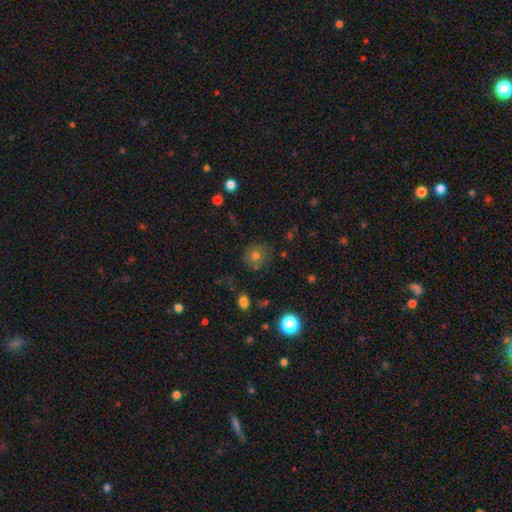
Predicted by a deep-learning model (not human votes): The model was most divided on "smooth or featured": smooth: 69%, featured or disk: 18%, star or artifact: 14%. More confident: how rounded — round (86%); merging — none (75%).